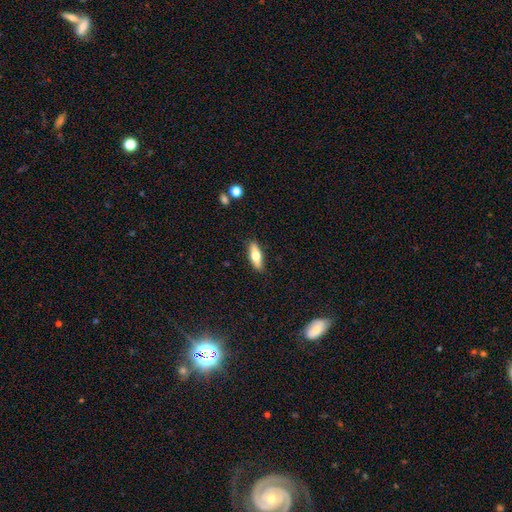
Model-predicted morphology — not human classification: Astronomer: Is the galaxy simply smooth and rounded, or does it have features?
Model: smooth — 65%.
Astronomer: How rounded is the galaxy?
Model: in between — 57% (runner-up: cigar-shaped, 41%).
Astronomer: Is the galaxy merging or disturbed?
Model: none — 87%.